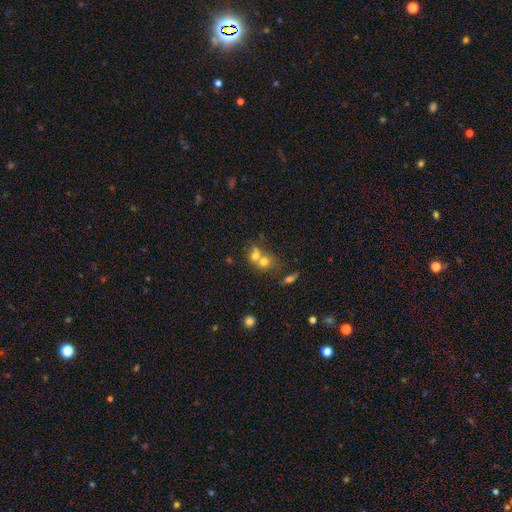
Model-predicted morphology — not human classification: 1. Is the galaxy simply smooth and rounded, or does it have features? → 68% smooth, 18% featured or disk, 14% star or artifact.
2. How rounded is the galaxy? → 68% round, 30% in between, 1% cigar-shaped.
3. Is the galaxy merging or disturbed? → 65% merger, 25% none, 6% minor disturbance, 4% major disturbance.